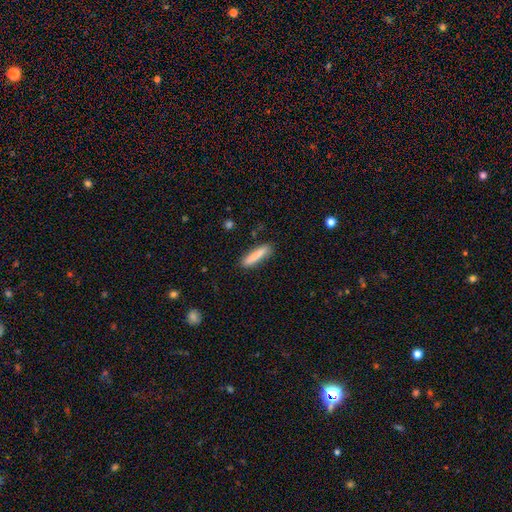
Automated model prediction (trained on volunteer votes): This appears to be a smooth galaxy with no disk features (85%) that is cigar-shaped (84%). Merging: none (87%).